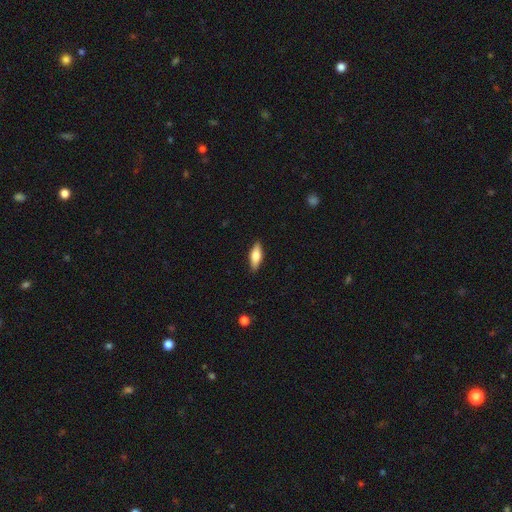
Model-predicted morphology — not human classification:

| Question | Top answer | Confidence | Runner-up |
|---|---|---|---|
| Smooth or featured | smooth | 63% | featured or disk (30%) |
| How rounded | in between | 60% | cigar-shaped (37%) |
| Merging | none | 88% | minor disturbance (9%) |